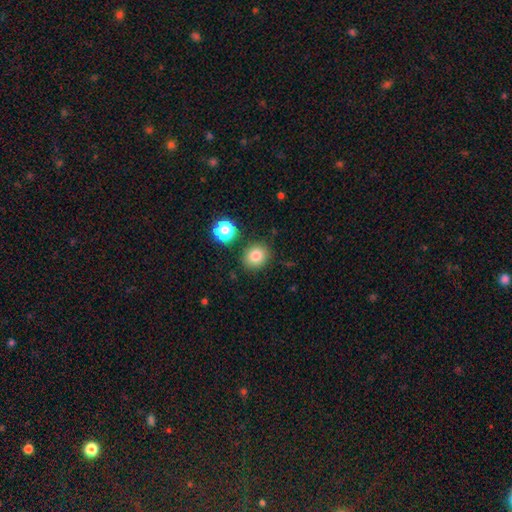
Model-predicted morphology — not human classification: Smooth or featured: smooth — 81% (star or artifact — 12%)
How rounded: round — 73% (in between — 26%)
Merging: none — 84% (minor disturbance — 9%)